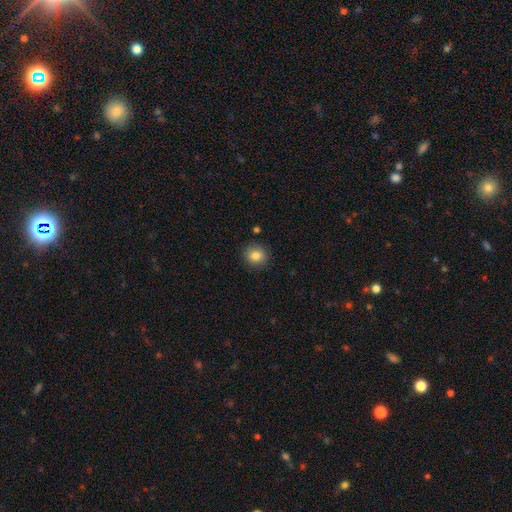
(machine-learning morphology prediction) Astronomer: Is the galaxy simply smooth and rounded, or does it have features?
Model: smooth — 83%.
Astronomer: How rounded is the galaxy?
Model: round — 86%.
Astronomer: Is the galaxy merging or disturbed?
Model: none — 89%.